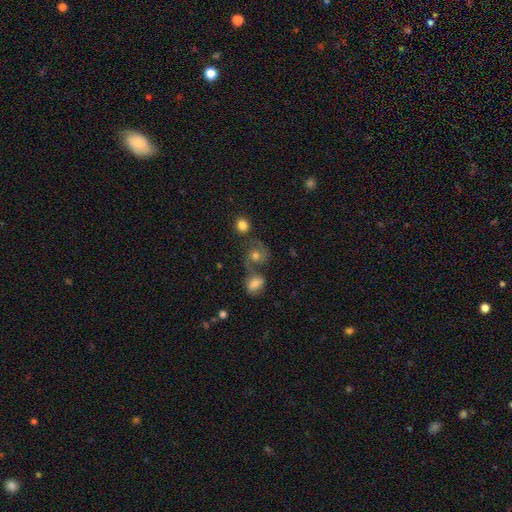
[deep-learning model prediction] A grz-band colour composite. It shows a featured or disk galaxy (44%). Merging: none (50%).